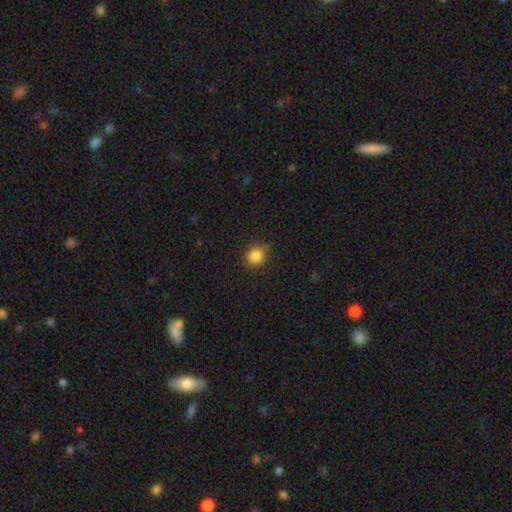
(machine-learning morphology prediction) smooth-or-featured: smooth: 85% | star or artifact: 11% | featured or disk: 4%
  how-rounded: round: 78% | in between: 21% | cigar-shaped: 1%
  merging: none: 82% | minor disturbance: 13% | major disturbance: 3% | merger: 1%